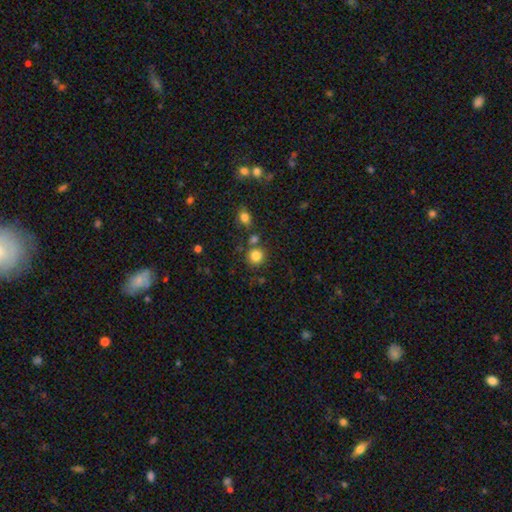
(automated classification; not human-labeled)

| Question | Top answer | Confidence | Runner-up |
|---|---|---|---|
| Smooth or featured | smooth | 83% | star or artifact (11%) |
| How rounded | round | 89% | in between (10%) |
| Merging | none | 74% | merger (13%) |